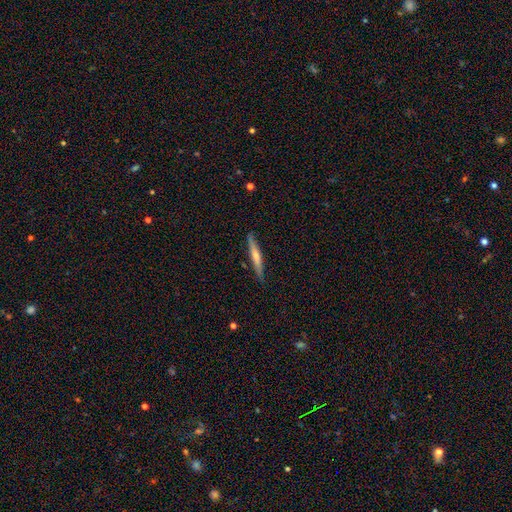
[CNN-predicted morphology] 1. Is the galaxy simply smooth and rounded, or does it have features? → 63% featured or disk, 31% smooth, 6% star or artifact.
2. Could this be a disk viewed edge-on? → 97% yes, 3% no.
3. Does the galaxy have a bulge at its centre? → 74% rounded, 20% none, 6% boxy.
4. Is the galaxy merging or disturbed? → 90% none, 8% minor disturbance, 1% major disturbance, 1% merger.